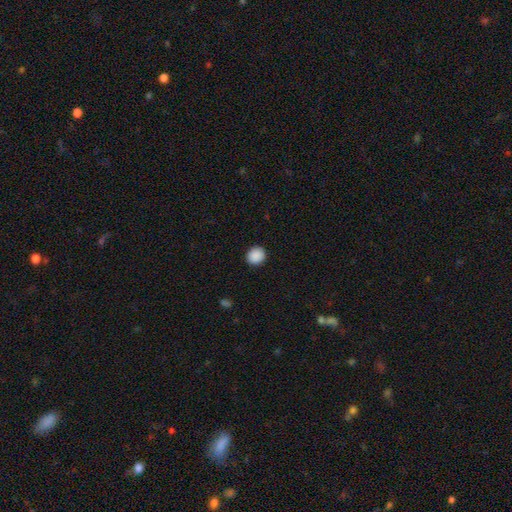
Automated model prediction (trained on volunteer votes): Smooth or featured?
  - smooth: 90% *
  - star or artifact: 8%
  - featured or disk: 2%
How rounded?
  - round: 75% *
  - in between: 24%
  - cigar-shaped: 1%
Merging?
  - none: 91% *
  - minor disturbance: 6%
  - major disturbance: 2%
  - merger: 1%